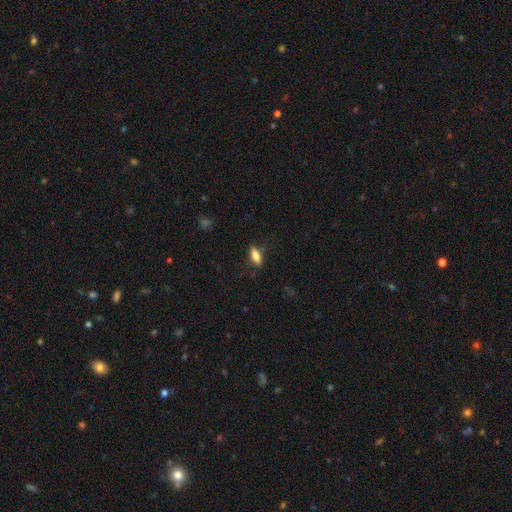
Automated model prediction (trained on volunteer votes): The model was most divided on "how rounded": in between: 70%, cigar-shaped: 27%, round: 3%. More confident: merging — none (79%); smooth or featured — smooth (78%).